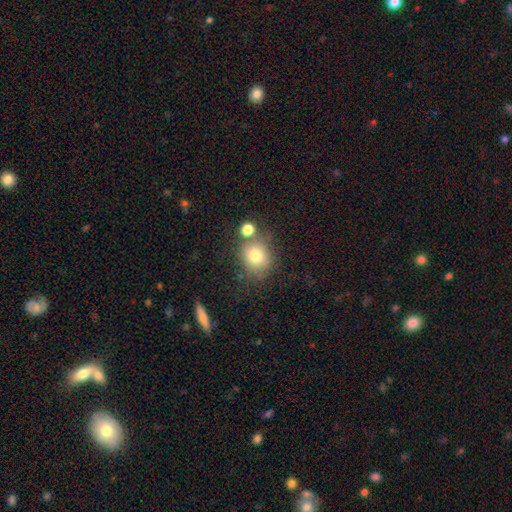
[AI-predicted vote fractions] A smooth galaxy with no disk features (76%) that is round (73%). Merging: none (65%).